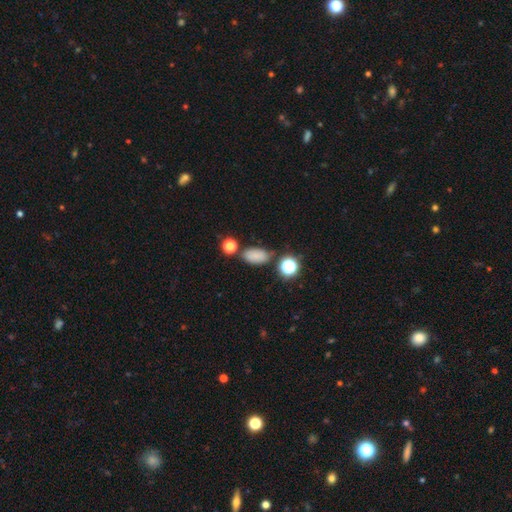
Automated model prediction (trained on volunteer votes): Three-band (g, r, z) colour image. It shows a smooth galaxy with no disk features (78%) that is in between round and cigar-shaped (89%). Merging: none (73%).